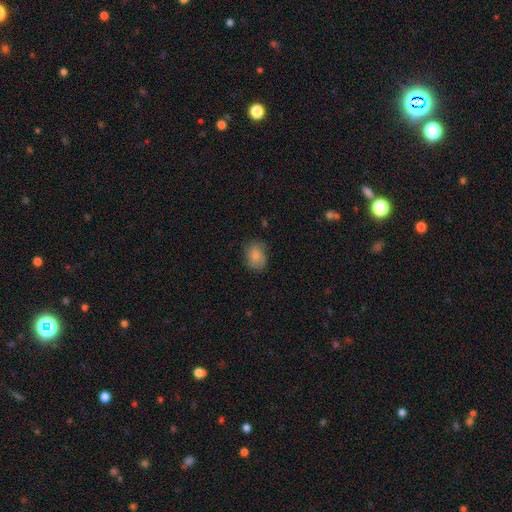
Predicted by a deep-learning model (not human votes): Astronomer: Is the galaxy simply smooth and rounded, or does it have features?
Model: smooth — 80%.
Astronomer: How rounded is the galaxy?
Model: in between — 61% (runner-up: round, 38%).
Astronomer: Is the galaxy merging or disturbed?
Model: none — 72%.